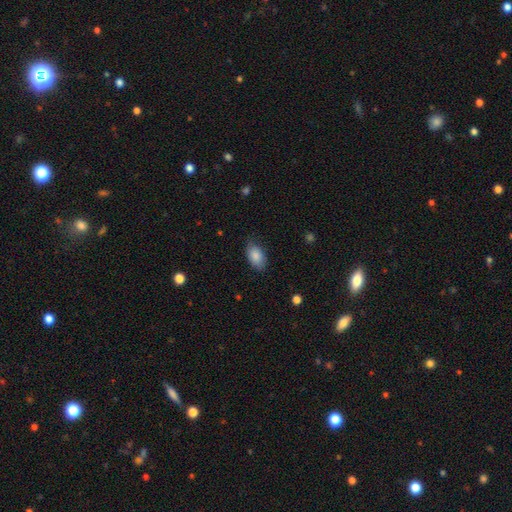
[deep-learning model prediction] This appears to be a smooth galaxy with no disk features (86%) that is in between round and cigar-shaped (93%). Merging: none (77%).